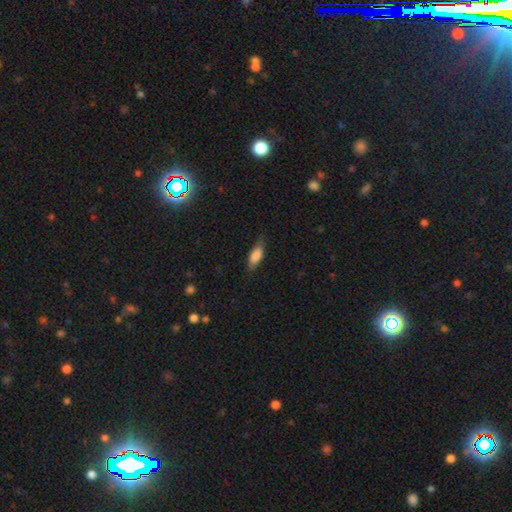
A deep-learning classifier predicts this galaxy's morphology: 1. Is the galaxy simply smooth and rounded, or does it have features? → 78% smooth, 15% featured or disk, 7% star or artifact.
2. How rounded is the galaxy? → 71% in between, 27% cigar-shaped, 2% round.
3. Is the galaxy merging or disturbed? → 73% none, 21% minor disturbance, 5% major disturbance, 1% merger.